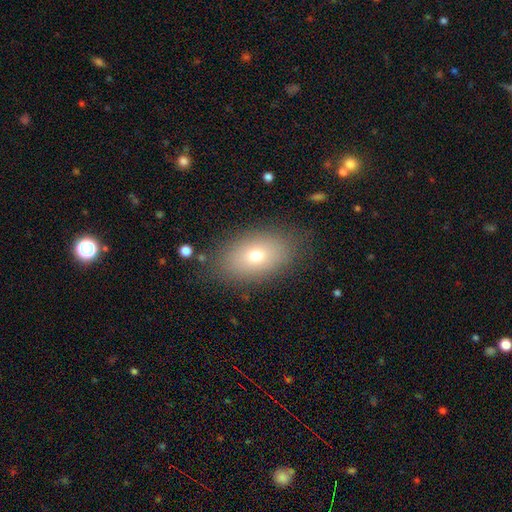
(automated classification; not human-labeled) This appears to be a smooth galaxy with no disk features (72%) that is in between round and cigar-shaped (85%). Merging: none (82%).